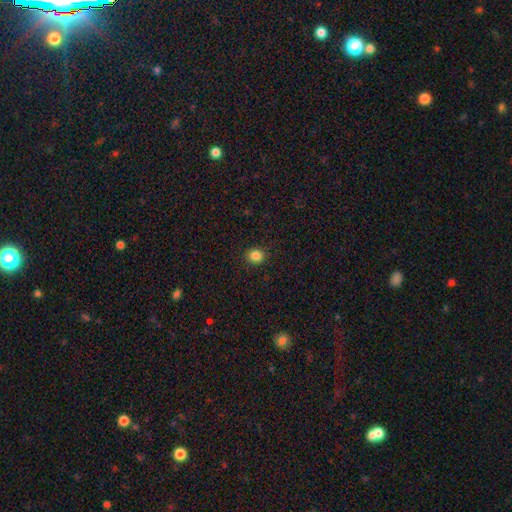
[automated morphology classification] smooth_or_featured: smooth (p=0.85) [alt: star or artifact p=0.12]
how_rounded: round (p=0.82) [alt: in between p=0.17]
merging: none (p=0.91) [alt: minor disturbance p=0.06]